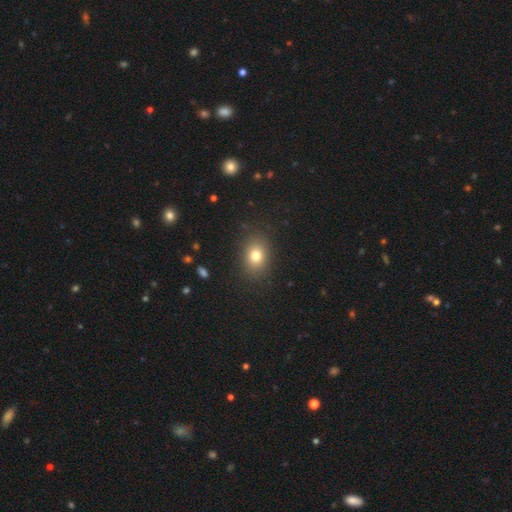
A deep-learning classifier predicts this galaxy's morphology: Smooth or featured: smooth — 78% (star or artifact — 12%)
How rounded: in between — 62% (round — 36%)
Merging: none — 87% (minor disturbance — 9%)